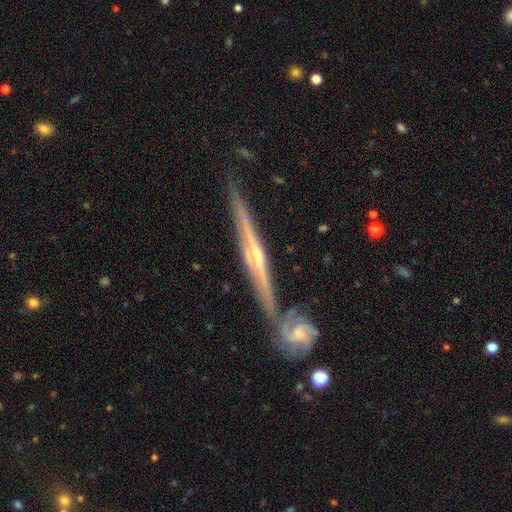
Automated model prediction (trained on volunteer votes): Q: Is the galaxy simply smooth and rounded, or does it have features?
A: featured or disk — 85%.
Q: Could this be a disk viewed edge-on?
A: yes — 95%.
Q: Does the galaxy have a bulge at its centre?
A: rounded — 65%.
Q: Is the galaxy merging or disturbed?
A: none — 70%.